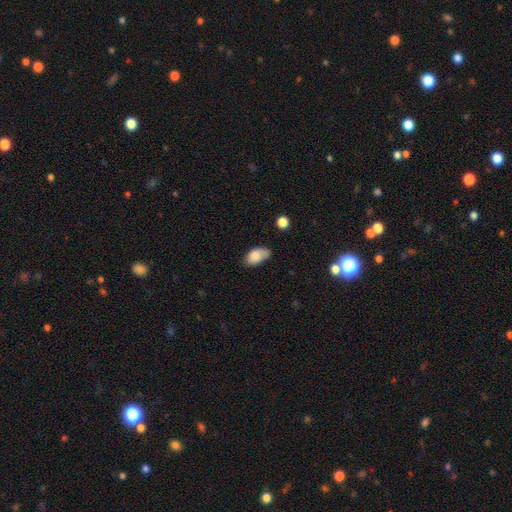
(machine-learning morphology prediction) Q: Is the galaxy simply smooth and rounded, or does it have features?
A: smooth — 81%.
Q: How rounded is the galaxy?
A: in between — 92%.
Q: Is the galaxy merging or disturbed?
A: none — 51%.